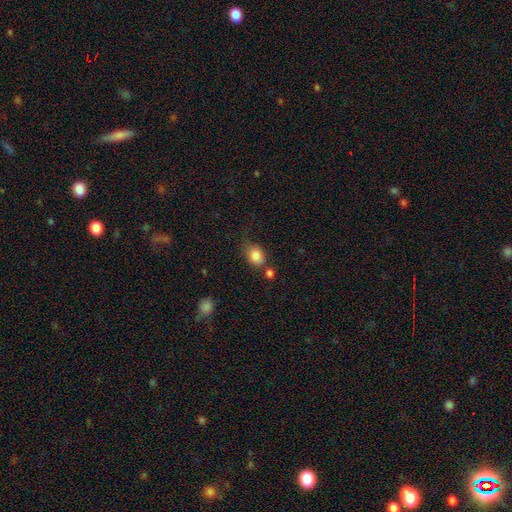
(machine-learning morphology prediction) Smooth or featured? smooth (85%)
How rounded? in between (67%)
Merging? none (56%)